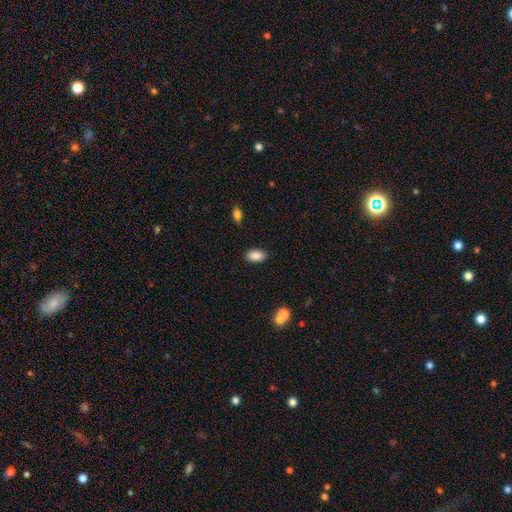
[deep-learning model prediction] smooth_or_featured: smooth (p=0.88) [alt: star or artifact p=0.08]
how_rounded: in between (p=0.92) [alt: round p=0.05]
merging: none (p=0.87) [alt: minor disturbance p=0.09]